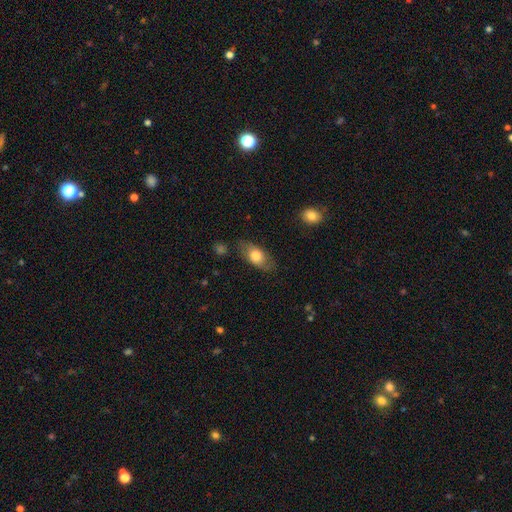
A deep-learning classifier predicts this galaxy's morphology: The model was most divided on "smooth or featured": smooth: 71%, featured or disk: 22%, star or artifact: 7%. More confident: how rounded — in between (83%); merging — none (74%).